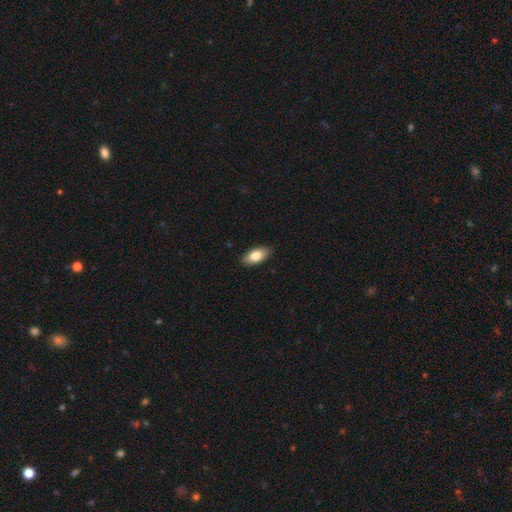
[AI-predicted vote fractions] A smooth galaxy with no disk features (81%) that is in between round and cigar-shaped (91%). Merging: none (88%).